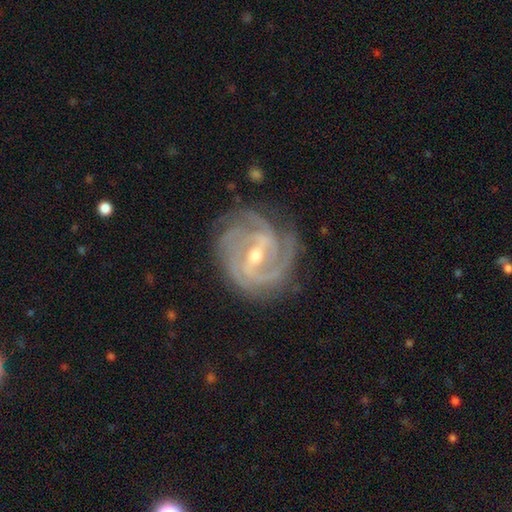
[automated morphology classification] Overall: featured or disk (92%). Edge-on disk: no (97%). Bar: weak (45%; strong 42%). Spiral arms: yes (98%). Spiral arm count: 3 (37%; 2 19%). Spiral winding: tight (65%; medium 30%). Bulge size: small (49%; moderate 48%). Merging: none (75%).